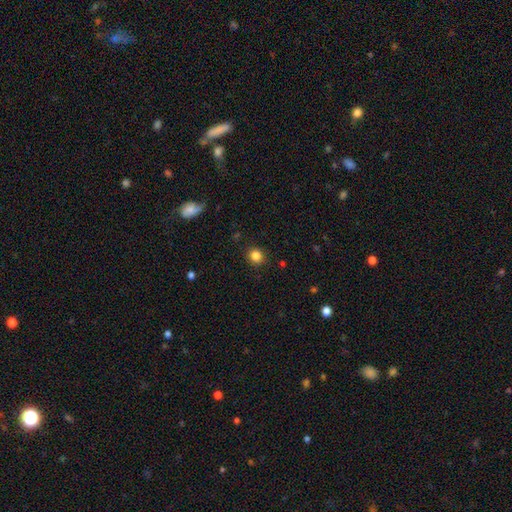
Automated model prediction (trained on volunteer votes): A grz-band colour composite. It shows a smooth galaxy with no disk features (84%) that is round (85%). Merging: none (89%).